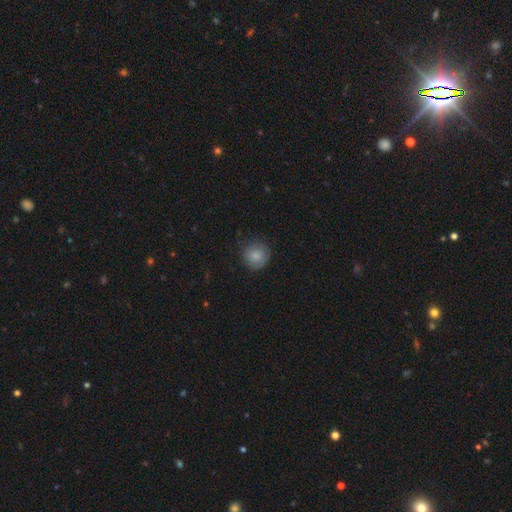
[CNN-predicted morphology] A smooth galaxy with no disk features (80%) that is round (91%).

Vote fractions:
- Smooth or featured? smooth: 80% / featured or disk: 13% / star or artifact: 8%
- How rounded? round: 91% / in between: 8% / cigar-shaped: 1%
- Merging? none: 78% / minor disturbance: 17% / major disturbance: 4% / merger: 1%